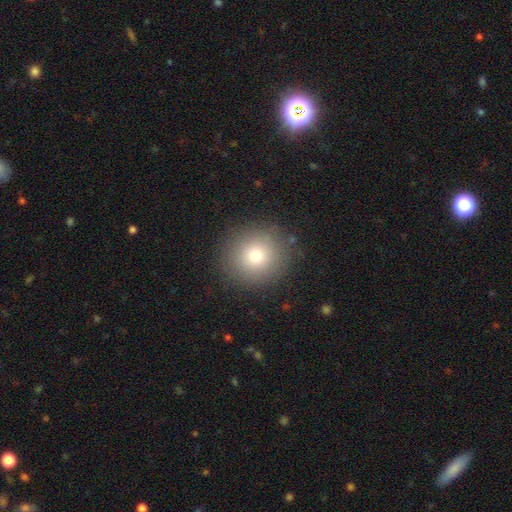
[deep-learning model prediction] Q: Smooth or featured?
A: smooth (75%); runner-up: star or artifact (14%)
Q: How rounded?
A: round (88%); runner-up: in between (11%)
Q: Merging?
A: none (87%); runner-up: minor disturbance (8%)